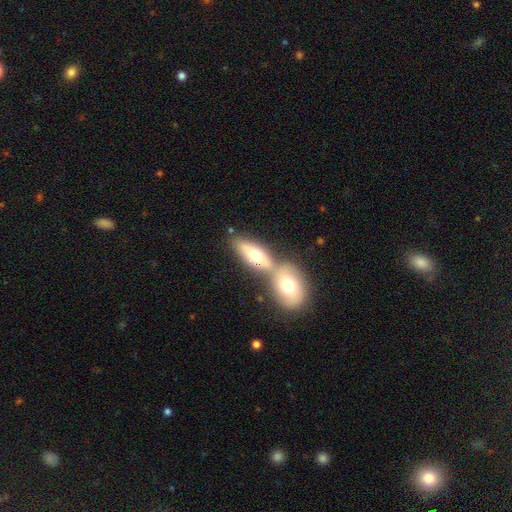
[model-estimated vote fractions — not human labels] Q: Smooth or featured?
A: smooth (64%); runner-up: featured or disk (30%)
Q: How rounded?
A: in between (74%); runner-up: cigar-shaped (22%)
Q: Merging?
A: merger (48%); runner-up: none (39%)